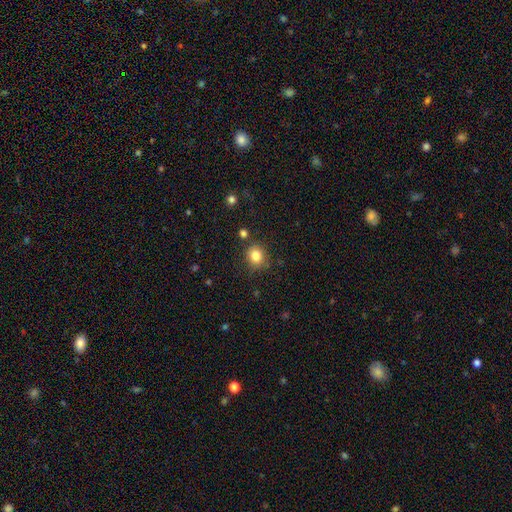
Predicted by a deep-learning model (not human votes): Morphology: type=smooth (82%); roundness=round (77%); merging=none (81%).